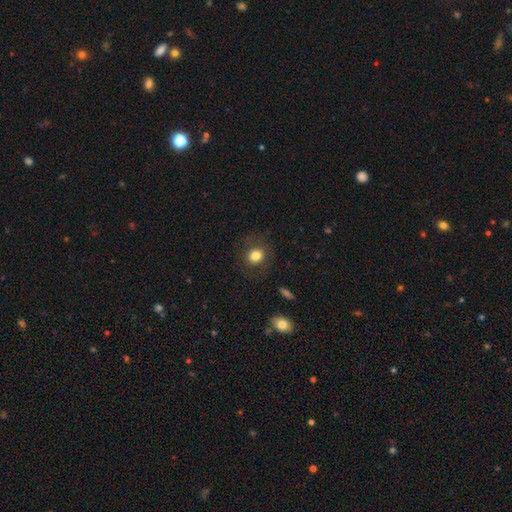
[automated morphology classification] smooth 81%, star or artifact 10%, featured or disk 9%. Down the decision tree: how rounded — round (75%); merging — none (82%).